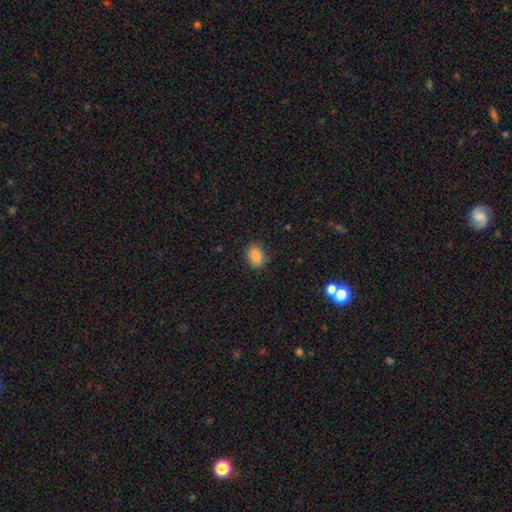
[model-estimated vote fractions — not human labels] A smooth galaxy with no disk features (88%) that is in between round and cigar-shaped (66%).

Vote fractions:
- Smooth or featured? smooth: 88% / star or artifact: 9% / featured or disk: 4%
- How rounded? in between: 66% / round: 33% / cigar-shaped: 1%
- Merging? none: 84% / minor disturbance: 12% / major disturbance: 3% / merger: 1%